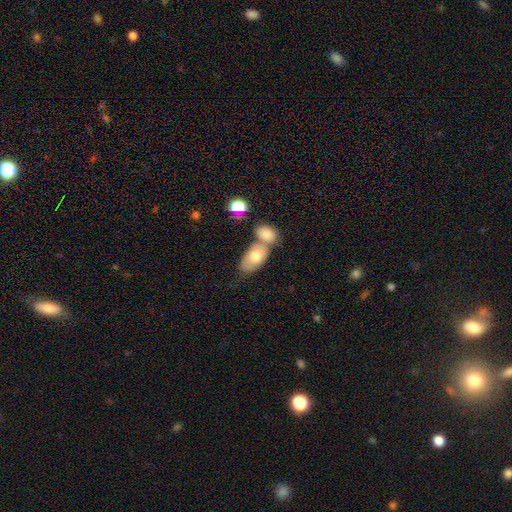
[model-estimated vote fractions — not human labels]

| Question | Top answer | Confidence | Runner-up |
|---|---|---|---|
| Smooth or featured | smooth | 60% | featured or disk (29%) |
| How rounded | in between | 86% | round (10%) |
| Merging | merger | 46% | none (38%) |